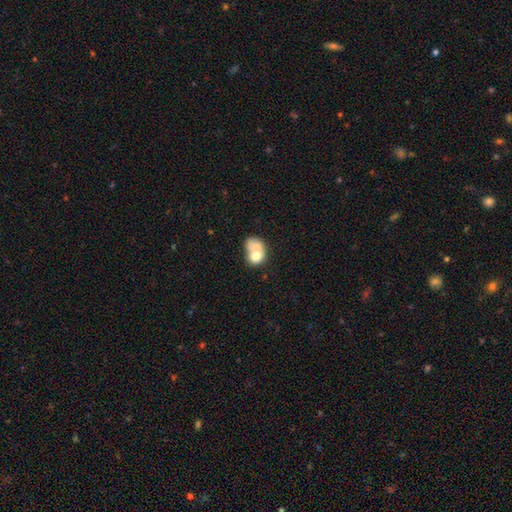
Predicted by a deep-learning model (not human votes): Smooth or featured? Predicted: smooth (p=0.68). How rounded? Predicted: in between (p=0.52). Merging? Predicted: merger (p=0.66).